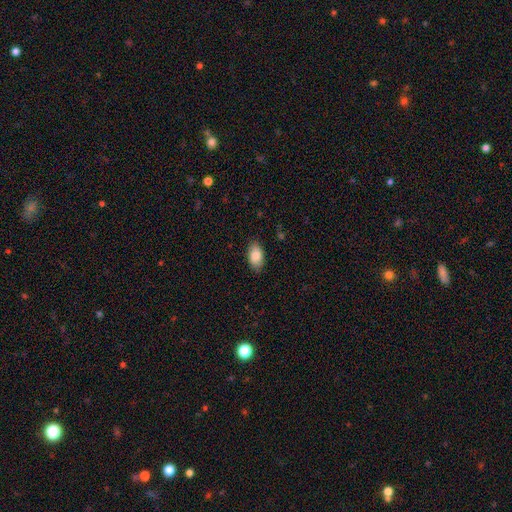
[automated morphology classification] smooth 86%, featured or disk 8%, star or artifact 7%. Down the decision tree: how rounded — in between (93%); merging — none (86%).